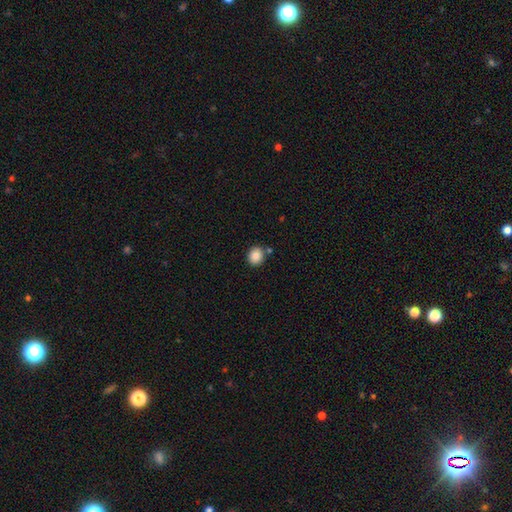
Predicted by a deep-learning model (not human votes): The model was most divided on "how rounded": round: 70%, in between: 29%, cigar-shaped: 1%. More confident: smooth or featured — smooth (88%); merging — none (80%).